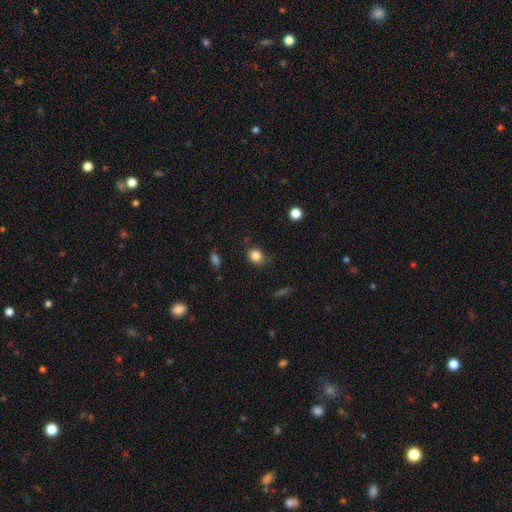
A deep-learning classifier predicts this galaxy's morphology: This is clearly a smooth galaxy (84%). How rounded: likely round (63%). Merging: likely none (72%).